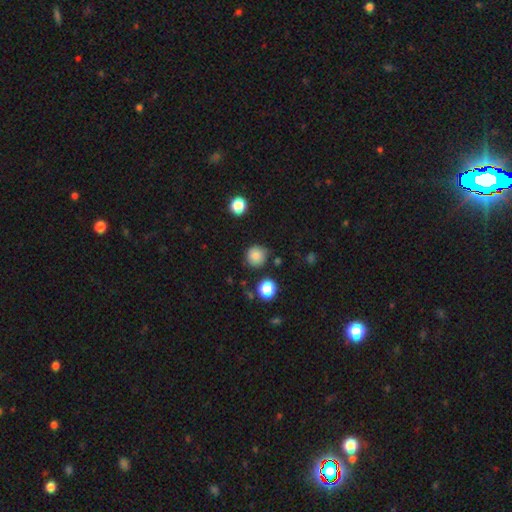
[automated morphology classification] Q: Smooth or featured?
A: smooth (84%); runner-up: star or artifact (10%)
Q: How rounded?
A: round (93%); runner-up: in between (6%)
Q: Merging?
A: none (81%); runner-up: minor disturbance (13%)